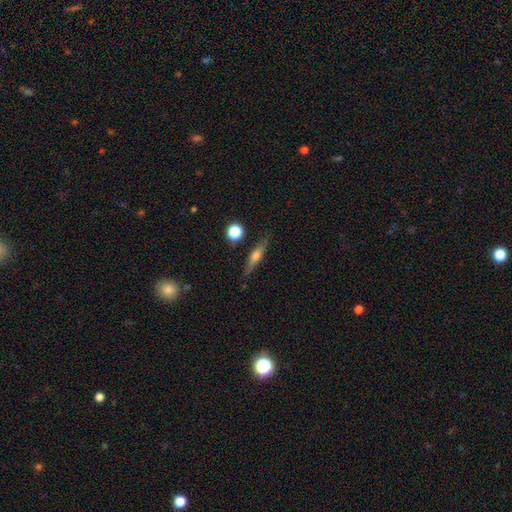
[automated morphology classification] Q: Smooth or featured?
A: smooth (49%); runner-up: featured or disk (43%)
Q: Merging?
A: none (81%); runner-up: minor disturbance (13%)